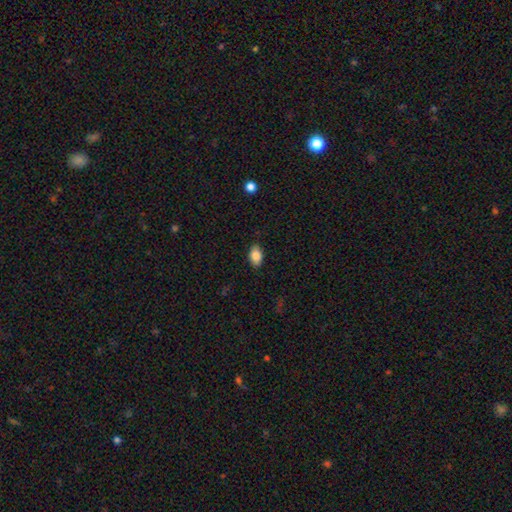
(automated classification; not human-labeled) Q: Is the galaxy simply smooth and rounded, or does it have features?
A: smooth — 85%.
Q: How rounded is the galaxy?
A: in between — 89%.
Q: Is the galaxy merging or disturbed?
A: none — 85%.